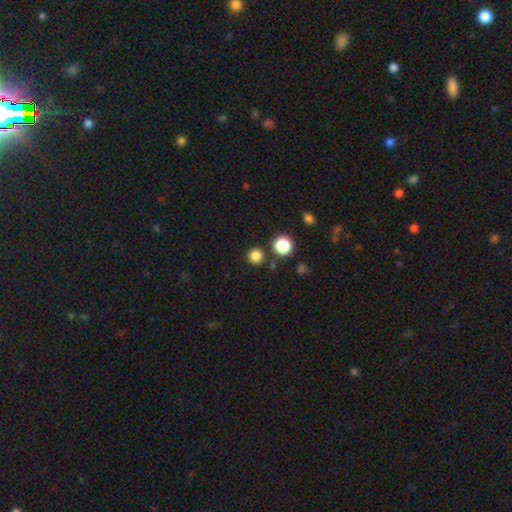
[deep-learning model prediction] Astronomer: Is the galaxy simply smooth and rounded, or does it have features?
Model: smooth — 82%.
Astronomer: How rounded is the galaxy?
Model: round — 94%.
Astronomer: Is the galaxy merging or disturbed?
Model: none — 86%.